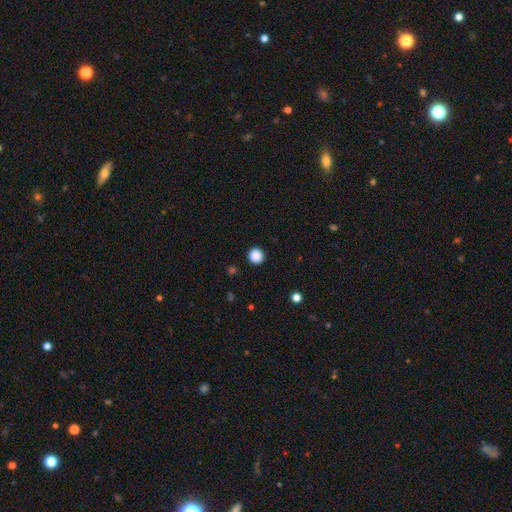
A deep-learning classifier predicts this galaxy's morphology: Smooth or featured?
  - smooth: 87% *
  - star or artifact: 10%
  - featured or disk: 2%
How rounded?
  - round: 94% *
  - in between: 5%
  - cigar-shaped: 1%
Merging?
  - none: 92% *
  - minor disturbance: 5%
  - major disturbance: 2%
  - merger: 1%